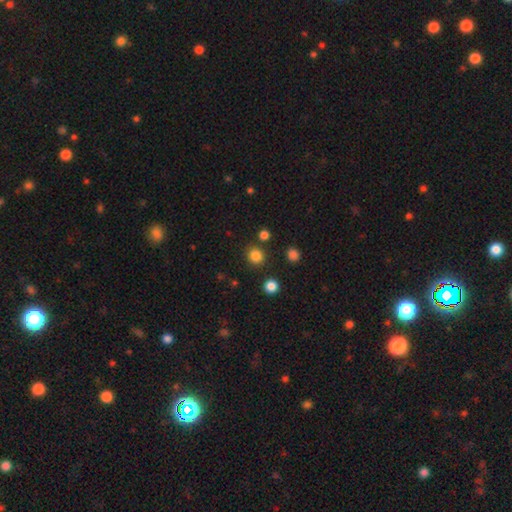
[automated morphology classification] Smooth or featured? Predicted: smooth (p=0.83). How rounded? Predicted: round (p=0.91). Merging? Predicted: none (p=0.87).